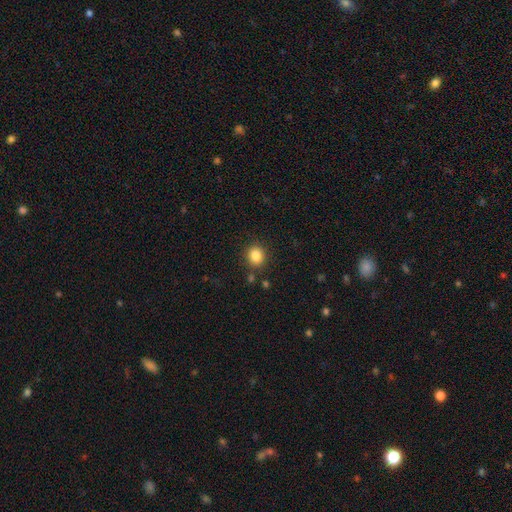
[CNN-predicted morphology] A smooth galaxy with no disk features (84%) that is round (81%). Merging: none (86%).